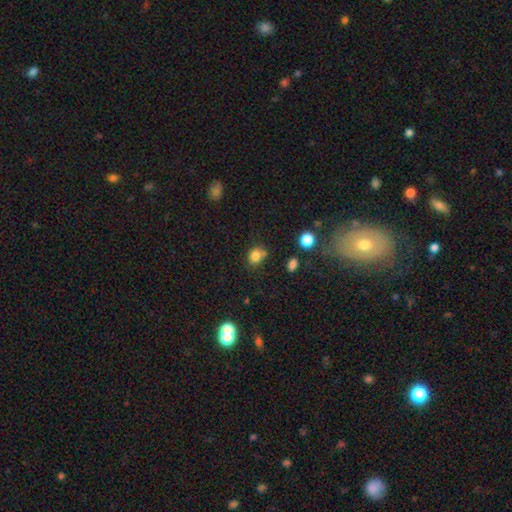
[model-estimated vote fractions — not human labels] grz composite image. It shows a smooth galaxy with no disk features (80%) that is round (59%). Merging: none (62%).